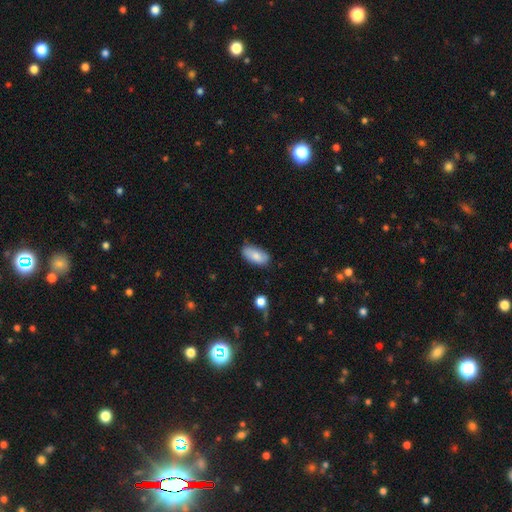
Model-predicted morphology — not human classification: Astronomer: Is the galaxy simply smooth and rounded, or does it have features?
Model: smooth — 81%.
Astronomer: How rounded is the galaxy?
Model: in between — 93%.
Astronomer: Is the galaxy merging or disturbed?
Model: none — 74%.